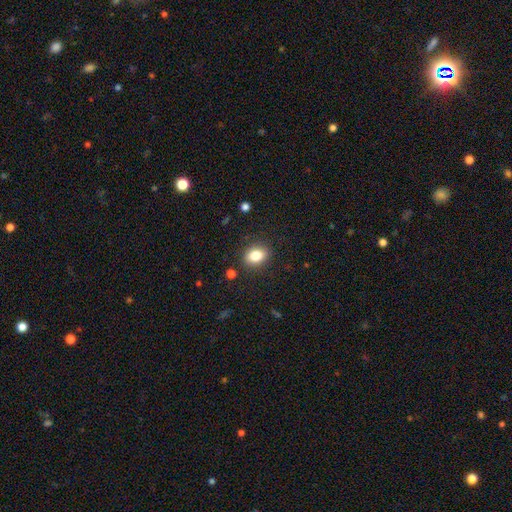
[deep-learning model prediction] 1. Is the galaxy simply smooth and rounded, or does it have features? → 83% smooth, 9% star or artifact, 7% featured or disk.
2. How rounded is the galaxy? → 70% in between, 29% round, 1% cigar-shaped.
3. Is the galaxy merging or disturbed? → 87% none, 9% minor disturbance, 3% major disturbance, 2% merger.